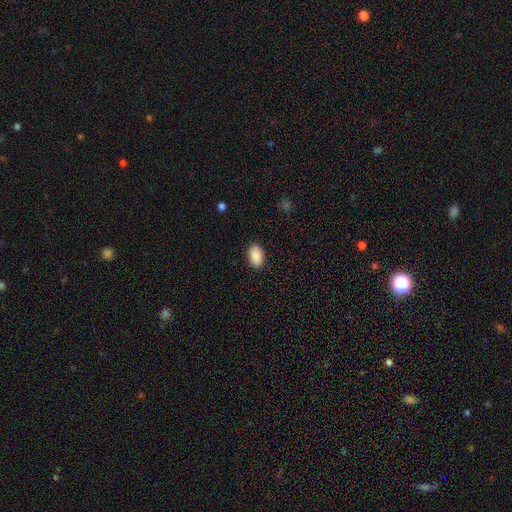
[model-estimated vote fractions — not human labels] Smooth or featured? Predicted: smooth (p=0.91). How rounded? Predicted: in between (p=0.93). Merging? Predicted: none (p=0.89).